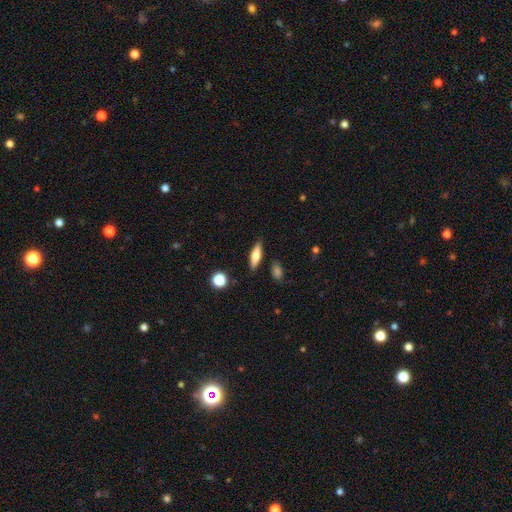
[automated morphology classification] type=smooth (65%); roundness=cigar-shaped (56%); merging=none (85%).